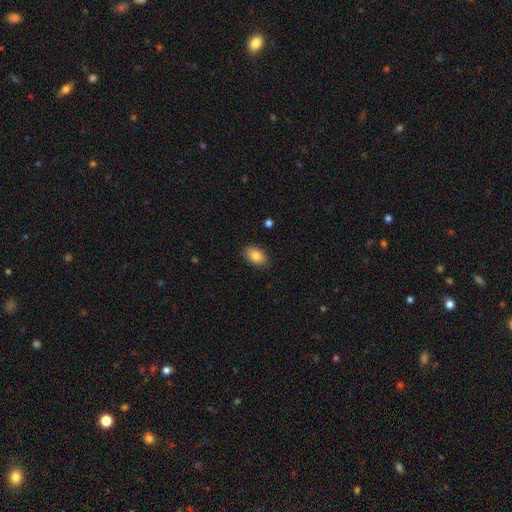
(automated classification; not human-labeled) Overall: smooth (85%). How rounded: in between (90%). Merging: none (87%).